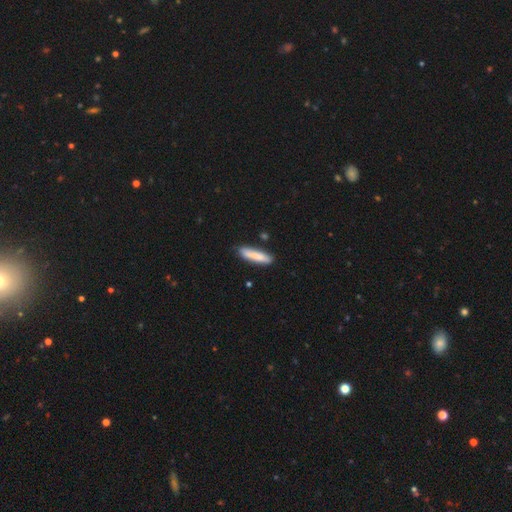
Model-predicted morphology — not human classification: Overall: smooth (82%). How rounded: cigar-shaped (80%). Merging: none (83%).